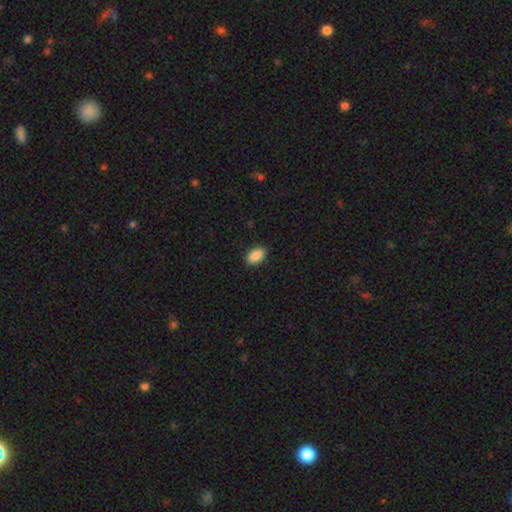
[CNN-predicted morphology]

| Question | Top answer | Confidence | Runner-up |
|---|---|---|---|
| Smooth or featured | smooth | 89% | star or artifact (7%) |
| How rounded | in between | 92% | round (6%) |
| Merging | none | 89% | minor disturbance (8%) |